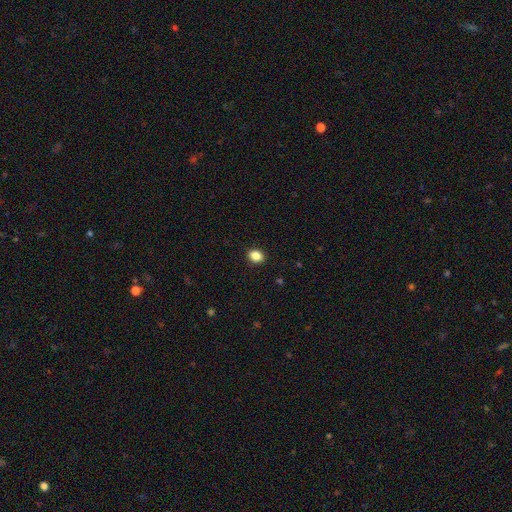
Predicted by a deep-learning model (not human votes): A smooth galaxy with no disk features (87%) that is in between round and cigar-shaped (58%).

Vote fractions:
- Smooth or featured? smooth: 87% / star or artifact: 10% / featured or disk: 3%
- How rounded? in between: 58% / round: 41% / cigar-shaped: 1%
- Merging? none: 91% / minor disturbance: 6% / major disturbance: 2% / merger: 1%